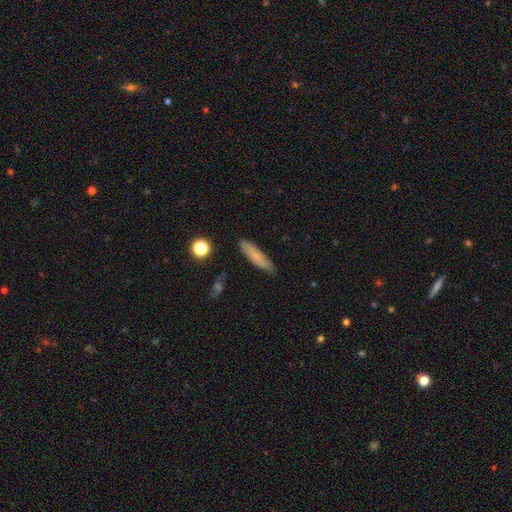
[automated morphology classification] Smooth or featured: smooth — 75% (featured or disk — 17%)
How rounded: cigar-shaped — 78% (in between — 20%)
Merging: none — 86% (minor disturbance — 10%)